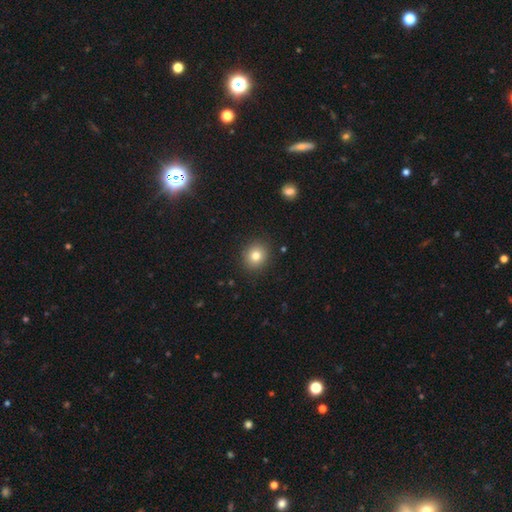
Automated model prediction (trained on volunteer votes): smooth-or-featured: smooth: 80% | star or artifact: 12% | featured or disk: 9%
  how-rounded: round: 80% | in between: 20% | cigar-shaped: 1%
  merging: none: 90% | minor disturbance: 7% | major disturbance: 2% | merger: 1%